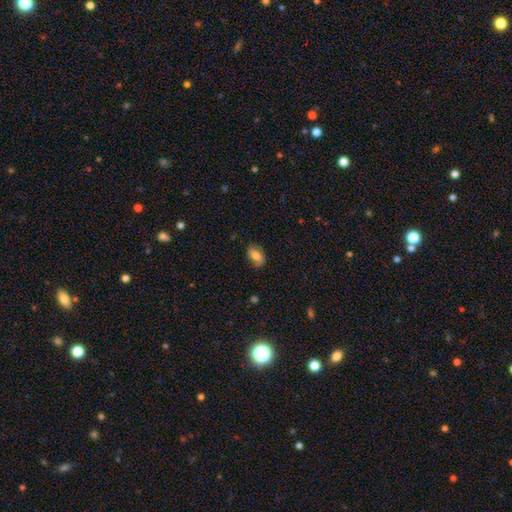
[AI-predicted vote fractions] smooth-or-featured: smooth: 69% | featured or disk: 23% | star or artifact: 8%
  how-rounded: in between: 89% | round: 7% | cigar-shaped: 4%
  merging: none: 76% | minor disturbance: 18% | major disturbance: 4% | merger: 1%